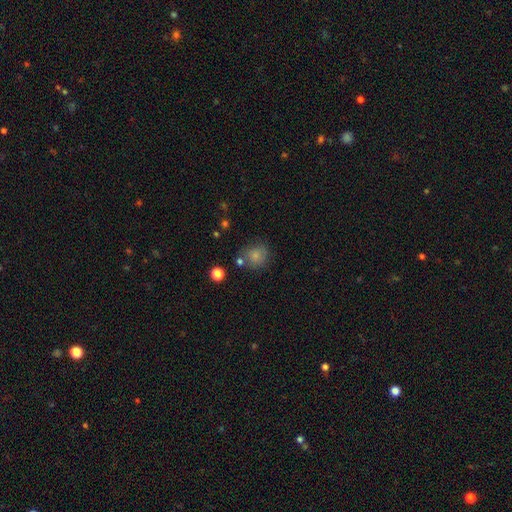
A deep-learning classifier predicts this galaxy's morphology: Smooth or featured? Predicted: smooth (p=0.80). How rounded? Predicted: round (p=0.82). Merging? Predicted: none (p=0.69).